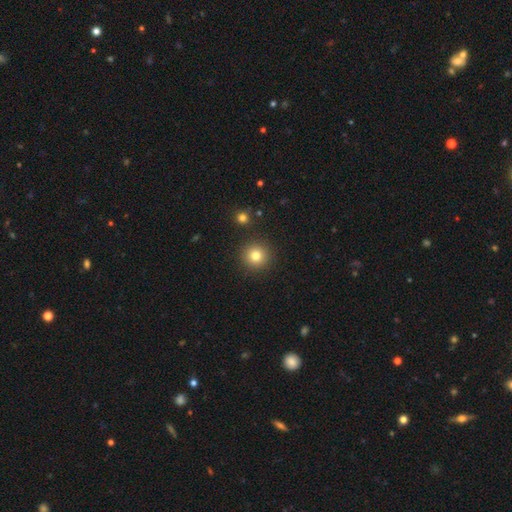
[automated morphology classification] smooth 80%, star or artifact 12%, featured or disk 8%. Down the decision tree: how rounded — round (95%); merging — none (90%).